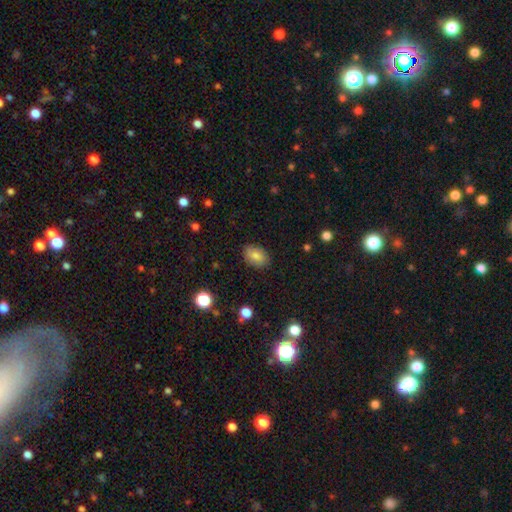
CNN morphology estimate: Smooth or featured? smooth (81%)
How rounded? in between (81%)
Merging? none (86%)